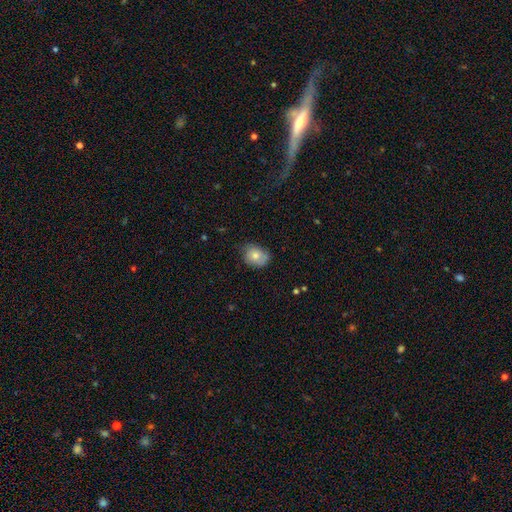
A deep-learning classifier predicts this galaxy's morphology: This is likely a smooth galaxy (74%). How rounded: possibly in between (58%). Merging: likely none (65%).